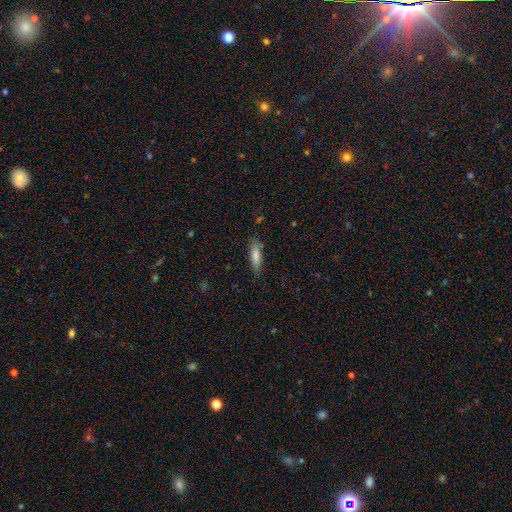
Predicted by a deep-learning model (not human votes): smooth 80%, featured or disk 14%, star or artifact 6%. Down the decision tree: how rounded — cigar-shaped (57%); merging — none (78%).